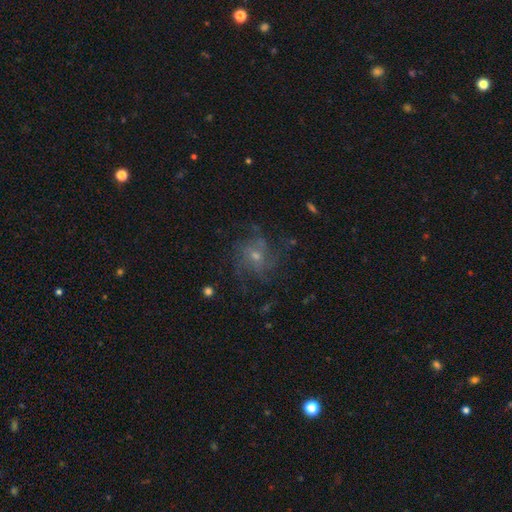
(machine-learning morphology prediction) A featured or disk galaxy (62%) with no bar (71%), spiral arms (78%) and a small central bulge (60%). Merging: none (62%).